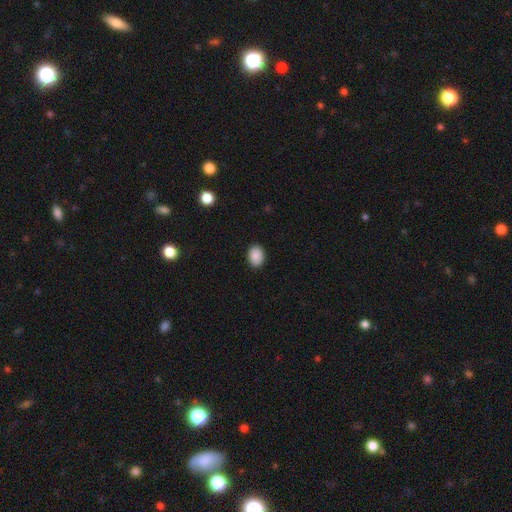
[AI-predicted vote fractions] Q: Smooth or featured?
A: smooth (89%); runner-up: star or artifact (8%)
Q: How rounded?
A: in between (73%); runner-up: round (27%)
Q: Merging?
A: none (89%); runner-up: minor disturbance (8%)